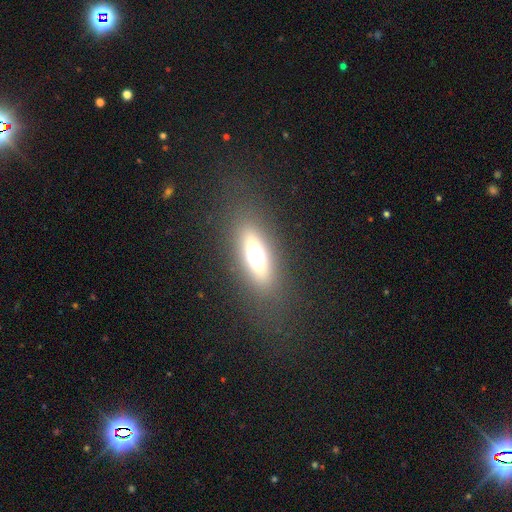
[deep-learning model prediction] smooth_or_featured: smooth (p=0.53) [alt: featured or disk p=0.34]
how_rounded: in between (p=0.61) [alt: cigar-shaped p=0.33]
merging: none (p=0.83) [alt: minor disturbance p=0.10]